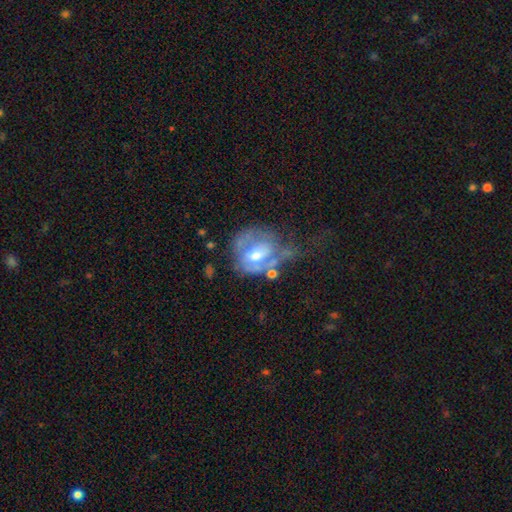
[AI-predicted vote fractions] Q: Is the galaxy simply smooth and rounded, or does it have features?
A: featured or disk — 69%.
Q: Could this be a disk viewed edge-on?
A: no — 97%.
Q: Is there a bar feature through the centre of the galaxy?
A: no — 48%.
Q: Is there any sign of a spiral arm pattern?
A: yes — 64%.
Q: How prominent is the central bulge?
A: moderate — 58%.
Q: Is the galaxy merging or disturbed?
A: major disturbance — 35%.